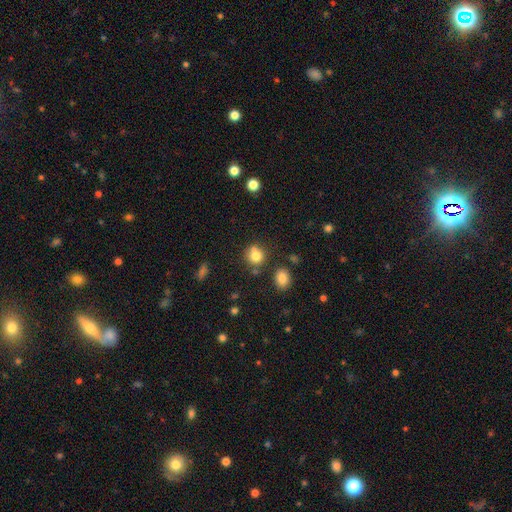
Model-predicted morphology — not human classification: Smooth or featured? smooth (78%)
How rounded? round (84%)
Merging? none (64%)